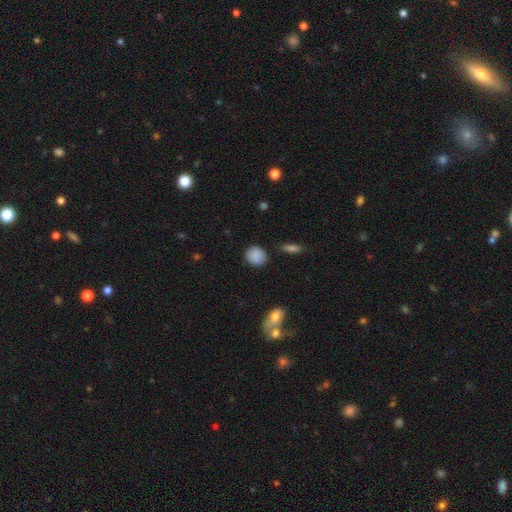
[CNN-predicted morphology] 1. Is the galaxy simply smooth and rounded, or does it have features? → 87% smooth, 8% star or artifact, 5% featured or disk.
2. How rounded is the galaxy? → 75% round, 24% in between, 1% cigar-shaped.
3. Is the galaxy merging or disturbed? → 84% none, 11% minor disturbance, 3% major disturbance, 2% merger.